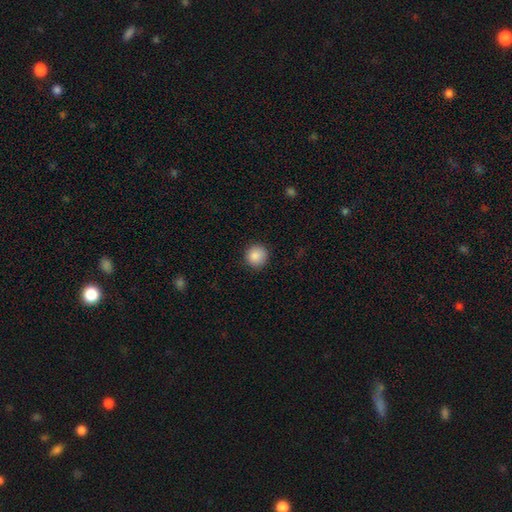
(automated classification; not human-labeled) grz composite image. It shows a smooth galaxy with no disk features (88%) that is round (94%). Merging: none (91%).